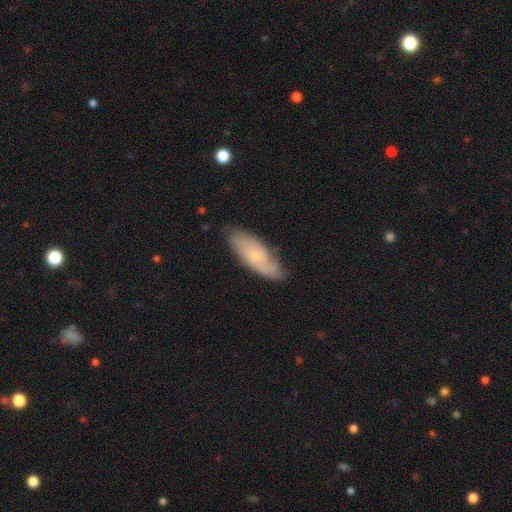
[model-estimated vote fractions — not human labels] Morphology: type=featured or disk (56%); edge-on=no (85%); merging=none (72%).